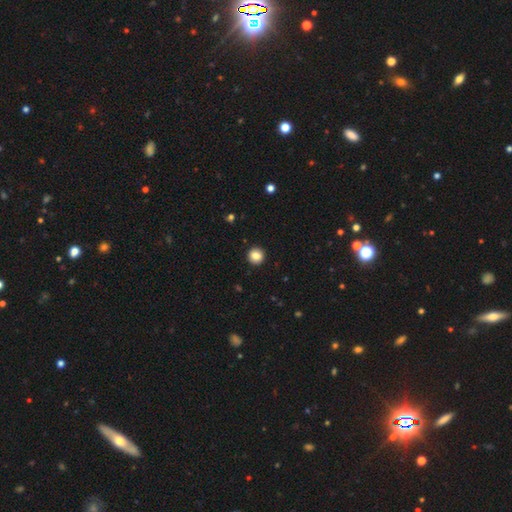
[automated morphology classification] A smooth galaxy with no disk features (85%) that is round (93%).

Vote fractions:
- Smooth or featured? smooth: 85% / star or artifact: 9% / featured or disk: 5%
- How rounded? round: 93% / in between: 6% / cigar-shaped: 1%
- Merging? none: 93% / minor disturbance: 4% / major disturbance: 2% / merger: 1%